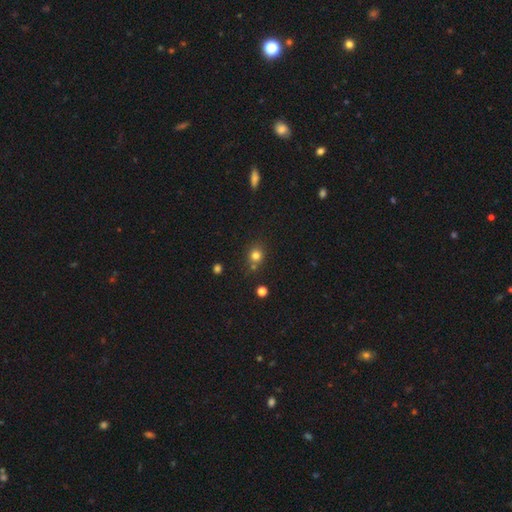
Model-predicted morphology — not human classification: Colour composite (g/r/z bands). It shows a smooth galaxy with no disk features (78%) that is round (84%). Merging: none (70%).